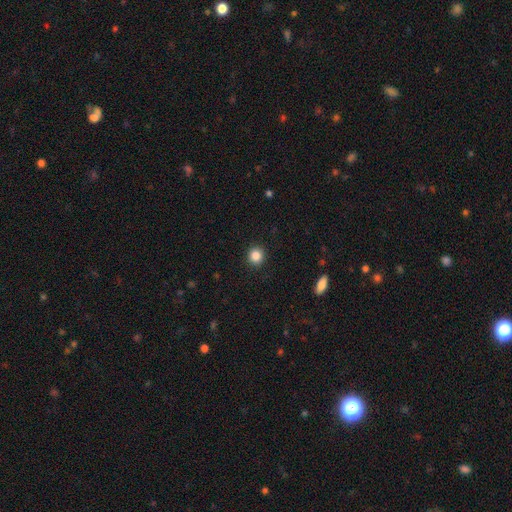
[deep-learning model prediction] This appears to be a smooth galaxy with no disk features (86%) that is round (91%). Merging: none (92%).